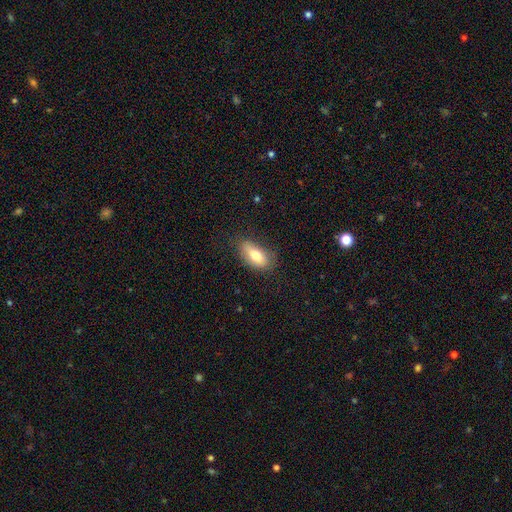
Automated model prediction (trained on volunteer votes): Overall: smooth (72%). How rounded: in between (87%). Merging: none (75%).